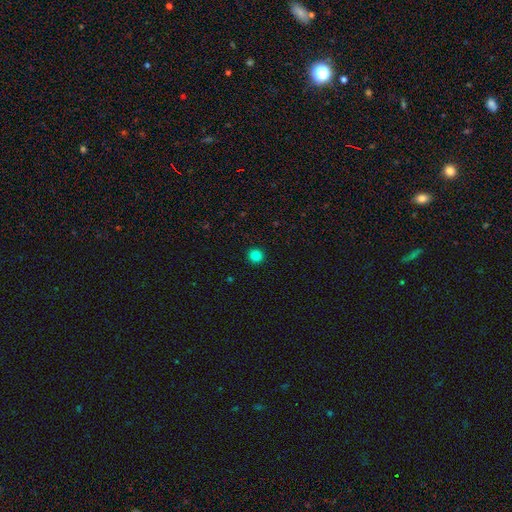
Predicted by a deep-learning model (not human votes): smooth_or_featured: smooth (p=0.84) [alt: star or artifact p=0.13]
how_rounded: round (p=0.93) [alt: in between p=0.06]
merging: none (p=0.93) [alt: minor disturbance p=0.04]